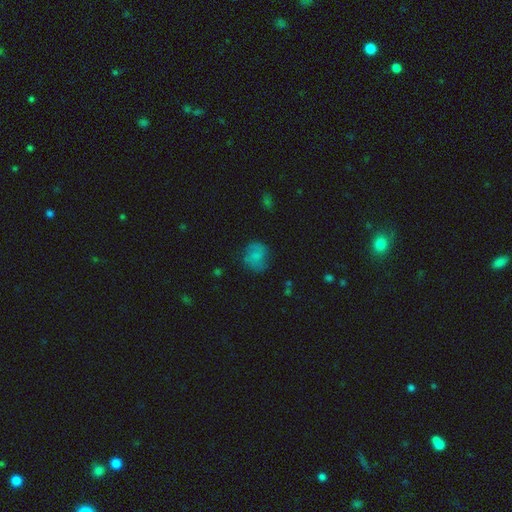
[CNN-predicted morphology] Overall: smooth (65%). How rounded: round (76%). Merging: none (66%).